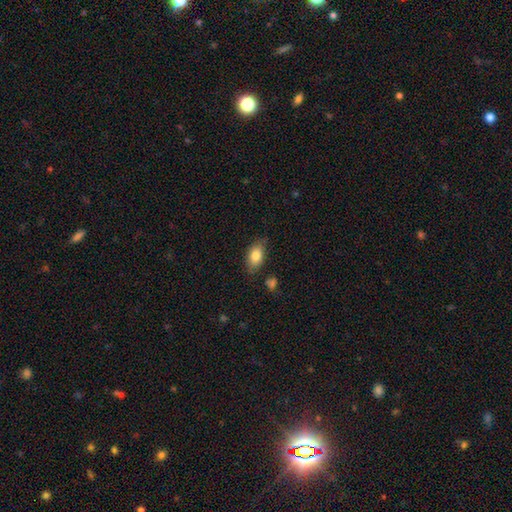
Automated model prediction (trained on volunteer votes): smooth_or_featured: smooth (p=0.82) [alt: featured or disk p=0.11]
how_rounded: in between (p=0.90) [alt: round p=0.07]
merging: none (p=0.74) [alt: minor disturbance p=0.19]